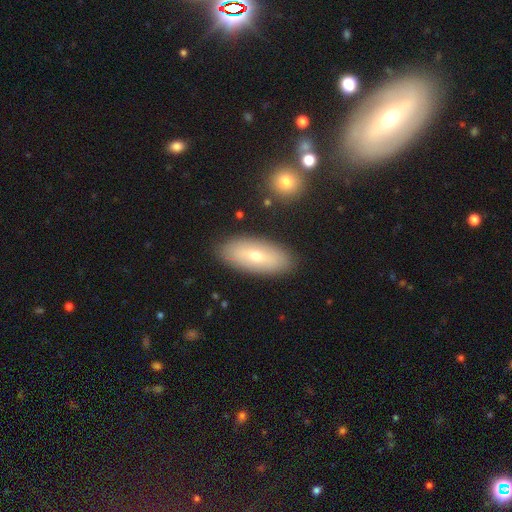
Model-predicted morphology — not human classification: A smooth galaxy with no disk features (62%) that is in between round and cigar-shaped (87%).

Vote fractions:
- Smooth or featured? smooth: 62% / featured or disk: 31% / star or artifact: 7%
- How rounded? in between: 87% / cigar-shaped: 11% / round: 3%
- Merging? none: 86% / minor disturbance: 9% / major disturbance: 3% / merger: 2%